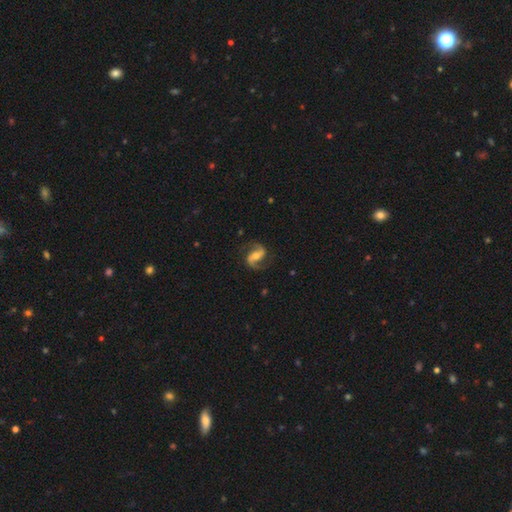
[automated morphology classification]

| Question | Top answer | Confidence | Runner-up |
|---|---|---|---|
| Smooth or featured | featured or disk | 89% | smooth (6%) |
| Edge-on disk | no | 98% | yes (2%) |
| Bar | strong | 39% | weak (38%) |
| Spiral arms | yes | 97% | no (3%) |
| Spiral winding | medium | 53% | loose (34%) |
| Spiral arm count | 2 | 94% | 1 (2%) |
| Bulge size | moderate | 50% | small (35%) |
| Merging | none | 81% | minor disturbance (12%) |